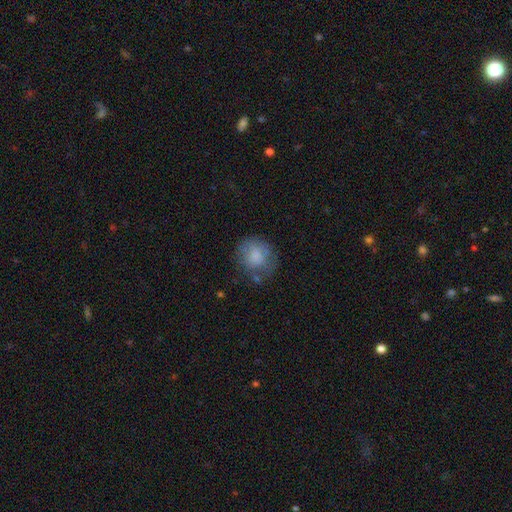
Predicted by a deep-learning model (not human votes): This appears to be a smooth galaxy with no disk features (73%) that is round (79%). Merging: none (57%).